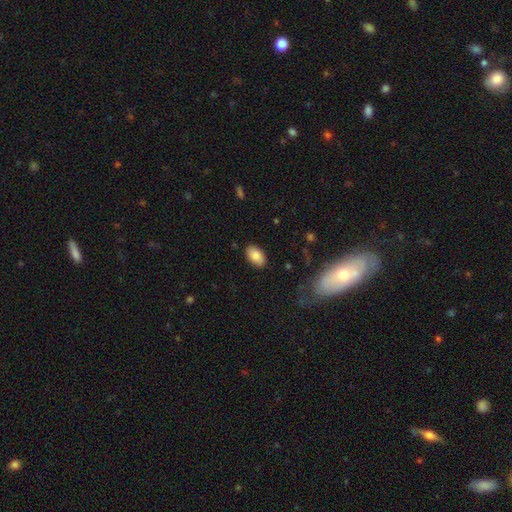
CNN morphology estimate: Overall: smooth (85%). How rounded: in between (93%). Merging: none (86%).